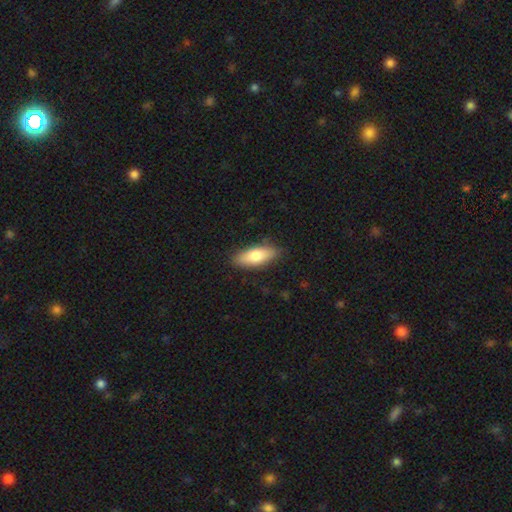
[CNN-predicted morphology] A smooth galaxy with no disk features (77%) that is in between round and cigar-shaped (72%). Merging: none (86%).